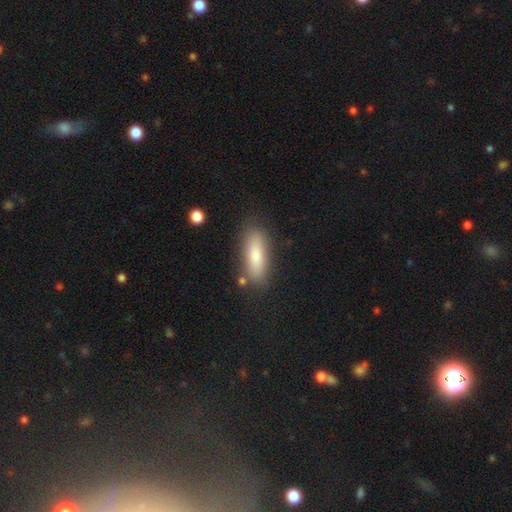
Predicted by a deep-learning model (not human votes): Morphology: type=smooth (79%); roundness=in between (57%); merging=none (77%).